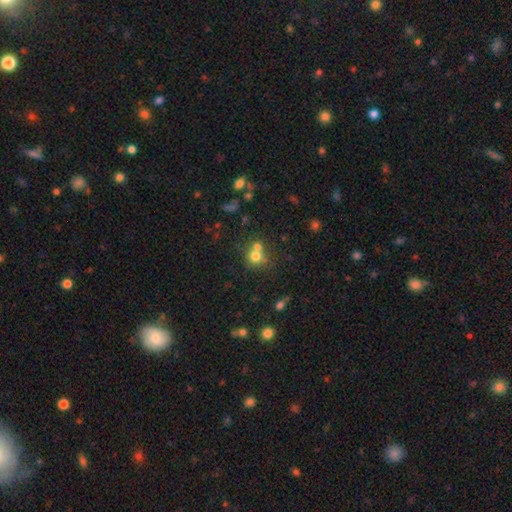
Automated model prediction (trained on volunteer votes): A smooth galaxy with no disk features (71%) that is round (83%).

Vote fractions:
- Smooth or featured? smooth: 71% / star or artifact: 15% / featured or disk: 13%
- How rounded? round: 83% / in between: 16% / cigar-shaped: 1%
- Merging? merger: 45% / none: 43% / minor disturbance: 8% / major disturbance: 4%